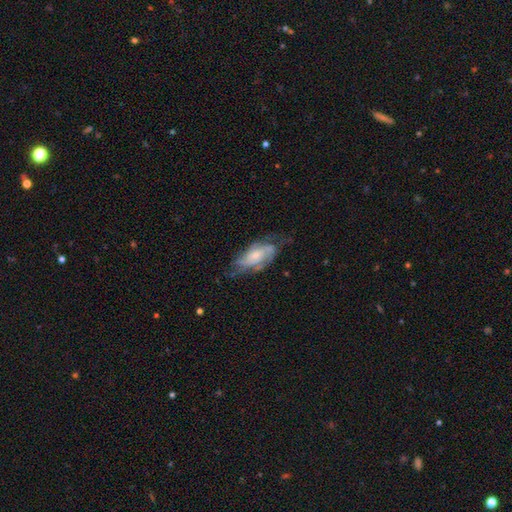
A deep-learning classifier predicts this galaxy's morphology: featured or disk 76%, smooth 18%, star or artifact 7%. Down the decision tree: edge-on disk — no (93%); bar — no (67%); spiral arms — yes (90%); spiral arm count — can't tell (34%); spiral winding — tight (44%); bulge size — small (56%); merging — none (58%).